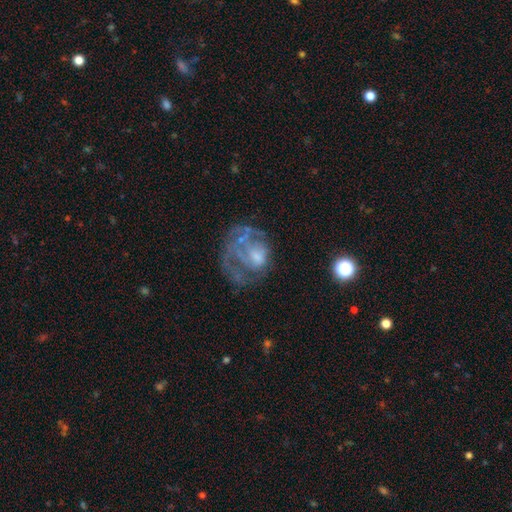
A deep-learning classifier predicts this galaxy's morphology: The model was most divided on "merging": none: 40%, major disturbance: 37%, minor disturbance: 19%, merger: 5%. Remaining: edge-on disk — no (97%); bar — no (79%); smooth or featured — featured or disk (63%); spiral arms — no (56%); bulge size — none (34%).